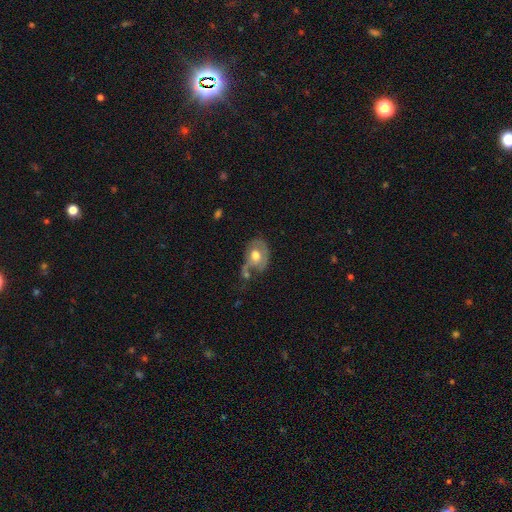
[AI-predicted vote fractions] Smooth or featured? smooth (51%)
How rounded? in between (68%)
Merging? none (35%)